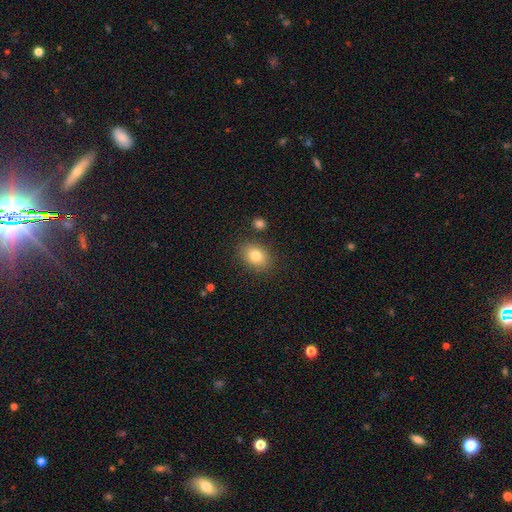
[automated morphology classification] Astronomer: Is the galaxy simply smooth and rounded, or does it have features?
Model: smooth — 81%.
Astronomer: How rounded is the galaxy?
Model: in between — 65%.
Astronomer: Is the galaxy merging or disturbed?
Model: none — 84%.